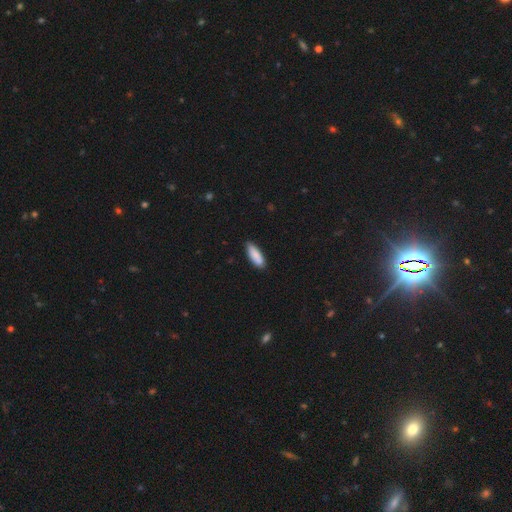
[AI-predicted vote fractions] smooth_or_featured: smooth (p=0.87) [alt: featured or disk p=0.07]
how_rounded: in between (p=0.60) [alt: cigar-shaped p=0.38]
merging: none (p=0.79) [alt: minor disturbance p=0.17]